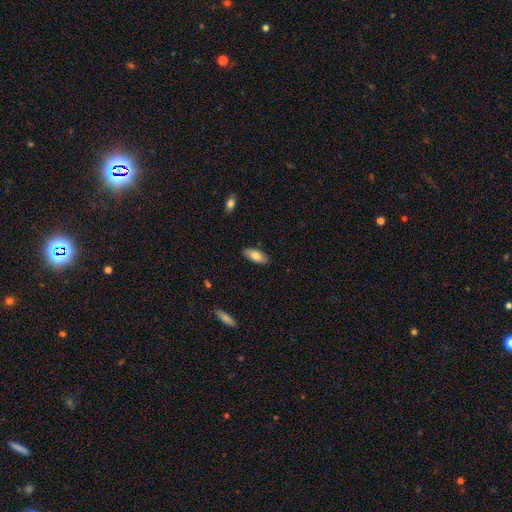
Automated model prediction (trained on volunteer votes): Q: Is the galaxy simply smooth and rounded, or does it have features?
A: smooth — 80%.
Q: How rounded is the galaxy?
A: in between — 87%.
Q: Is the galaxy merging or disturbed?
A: none — 86%.